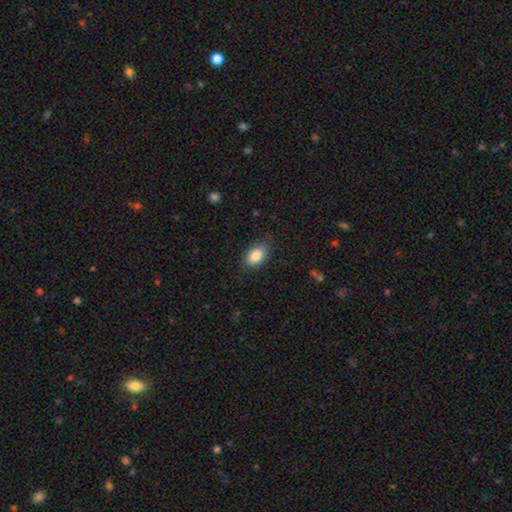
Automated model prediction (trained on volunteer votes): A smooth galaxy with no disk features (86%) that is in between round and cigar-shaped (89%). Merging: none (80%).